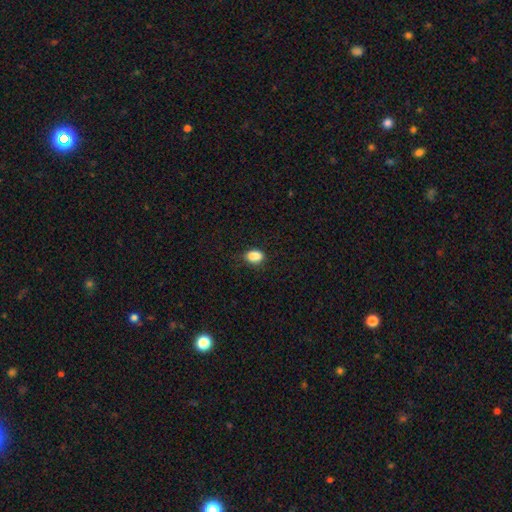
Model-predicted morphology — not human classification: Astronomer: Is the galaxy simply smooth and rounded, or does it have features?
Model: smooth — 87%.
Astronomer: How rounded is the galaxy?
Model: in between — 81%.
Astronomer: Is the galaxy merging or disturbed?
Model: none — 74%.